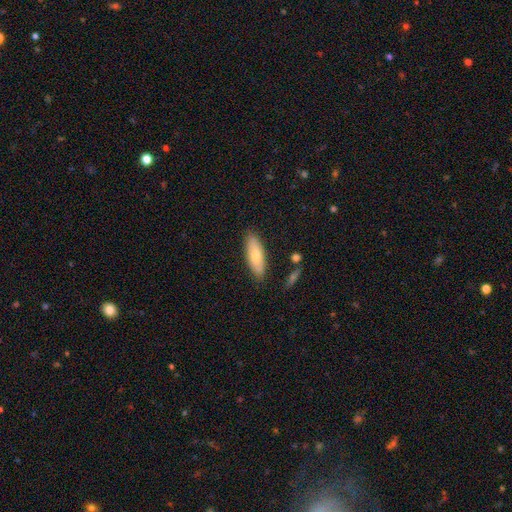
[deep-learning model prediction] This appears to be a smooth galaxy with no disk features (71%) that is in between round and cigar-shaped (63%). Merging: none (84%).